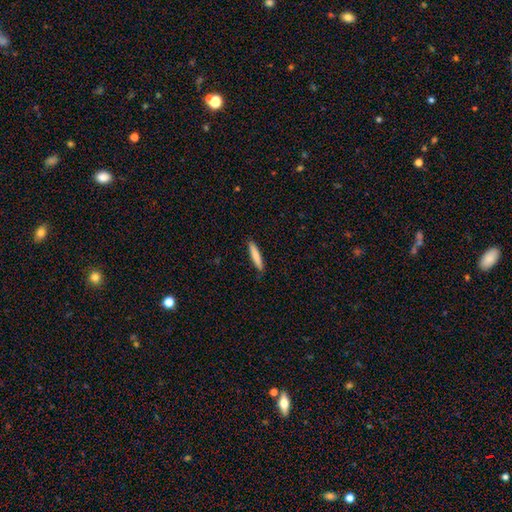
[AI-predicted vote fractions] Smooth or featured? smooth (80%)
How rounded? cigar-shaped (92%)
Merging? none (88%)